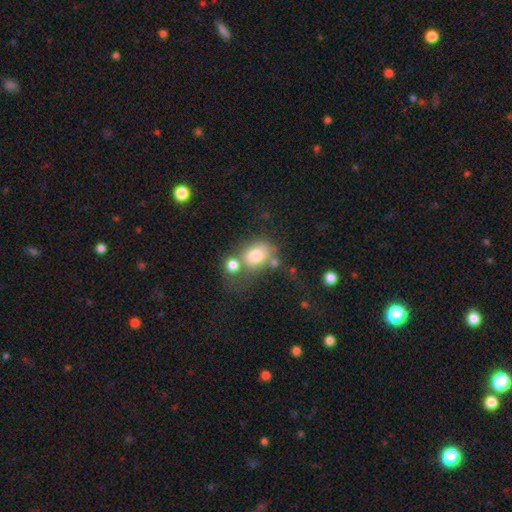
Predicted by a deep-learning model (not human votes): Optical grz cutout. It shows a smooth galaxy with no disk features (75%) that is in between round and cigar-shaped (57%). Merging: none (41%).